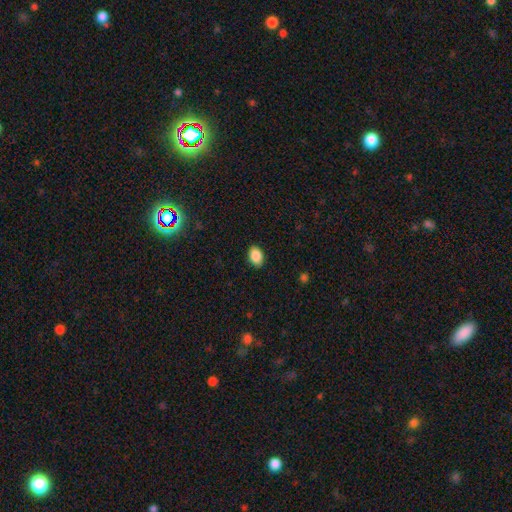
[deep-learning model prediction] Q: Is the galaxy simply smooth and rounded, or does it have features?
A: smooth — 88%.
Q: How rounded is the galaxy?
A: in between — 85%.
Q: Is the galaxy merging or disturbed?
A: none — 88%.